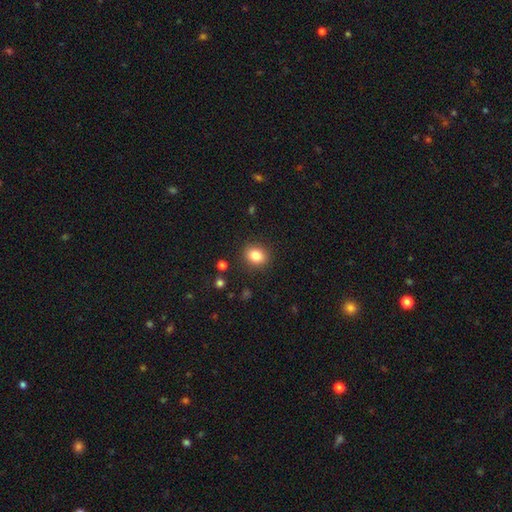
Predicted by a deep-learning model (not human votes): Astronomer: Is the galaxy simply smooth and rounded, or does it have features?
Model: smooth — 84%.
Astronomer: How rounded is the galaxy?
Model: round — 60% (runner-up: in between, 39%).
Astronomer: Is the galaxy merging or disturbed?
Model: none — 88%.